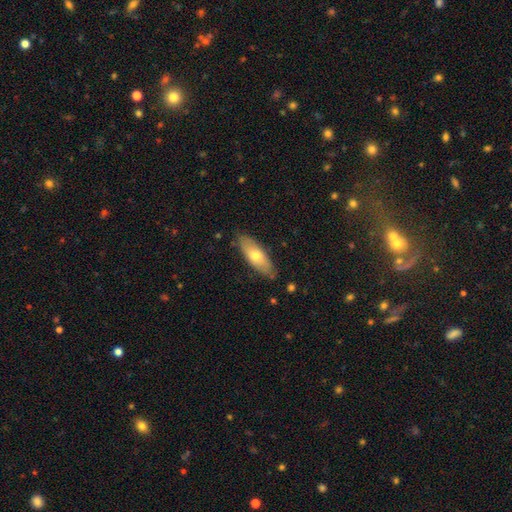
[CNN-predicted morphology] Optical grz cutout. It shows a smooth galaxy with no disk features (62%) that is in between round and cigar-shaped (65%). Merging: none (82%).